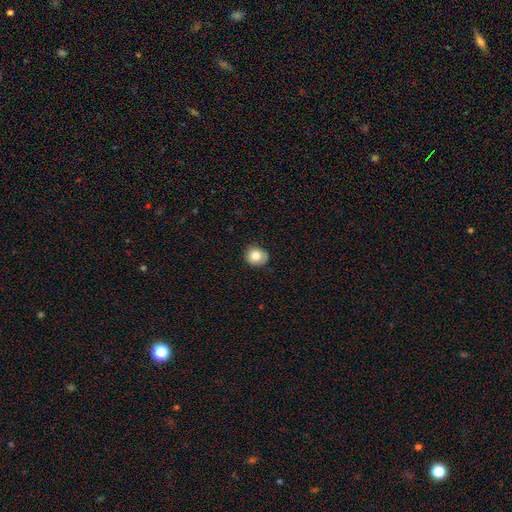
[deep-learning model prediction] A smooth galaxy with no disk features (81%) that is round (78%).

Vote fractions:
- Smooth or featured? smooth: 81% / featured or disk: 10% / star or artifact: 10%
- How rounded? round: 78% / in between: 21% / cigar-shaped: 1%
- Merging? none: 80% / minor disturbance: 16% / major disturbance: 3% / merger: 1%